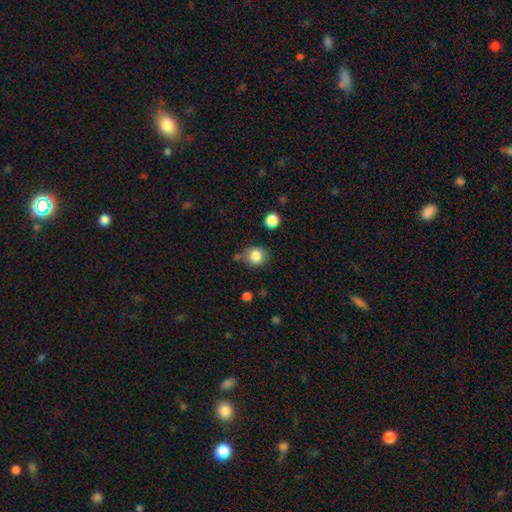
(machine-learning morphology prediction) Overall: smooth (84%). How rounded: round (83%). Merging: none (75%).